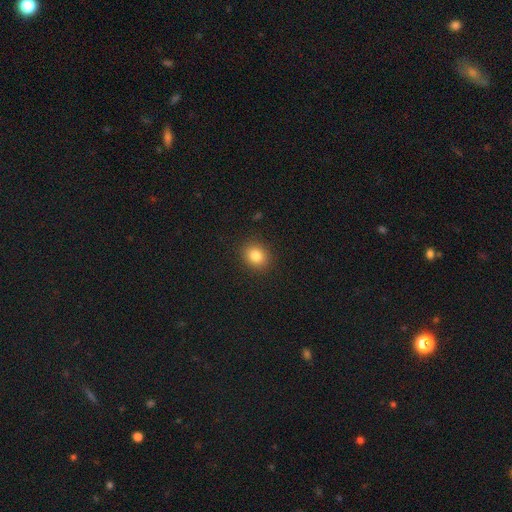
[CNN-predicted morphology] This appears to be a smooth galaxy with no disk features (83%) that is round (66%). Merging: none (90%).